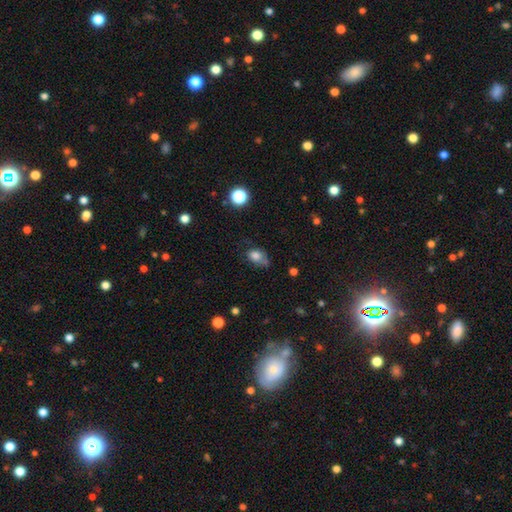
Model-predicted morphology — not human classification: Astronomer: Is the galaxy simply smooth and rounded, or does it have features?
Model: smooth — 77%.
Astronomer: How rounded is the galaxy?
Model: in between — 69%.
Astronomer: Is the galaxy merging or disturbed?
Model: none — 46% (runner-up: minor disturbance, 32%).